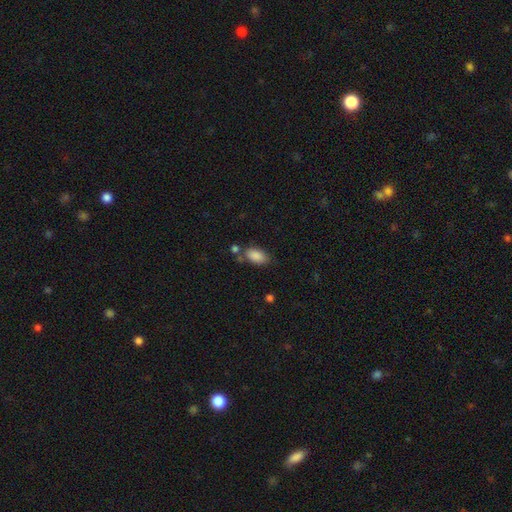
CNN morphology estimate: The model was most divided on "merging": none: 66%, minor disturbance: 16%, merger: 13%, major disturbance: 5%. More confident: how rounded — in between (92%); smooth or featured — smooth (87%).